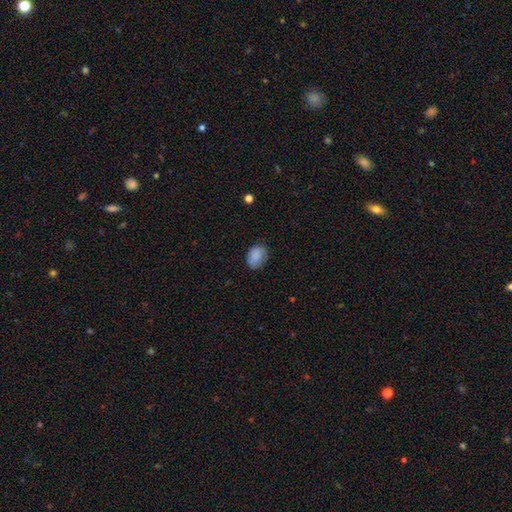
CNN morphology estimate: Smooth or featured?
  - smooth: 86% *
  - star or artifact: 8%
  - featured or disk: 6%
How rounded?
  - in between: 71% *
  - round: 28%
  - cigar-shaped: 1%
Merging?
  - none: 71% *
  - minor disturbance: 22%
  - major disturbance: 5%
  - merger: 1%